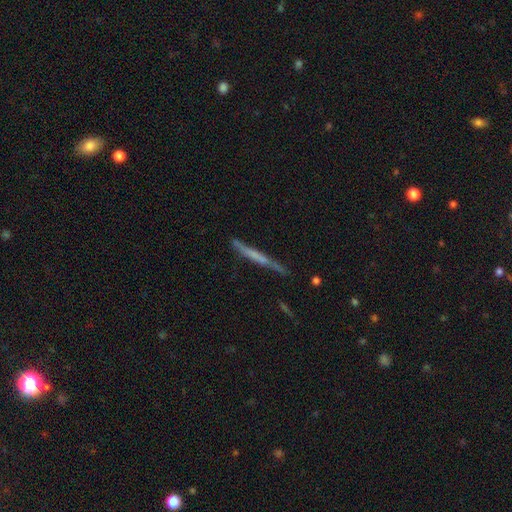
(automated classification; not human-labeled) Overall: featured or disk (52%; smooth 41%). Edge-on disk: yes (94%). Merging: none (77%).